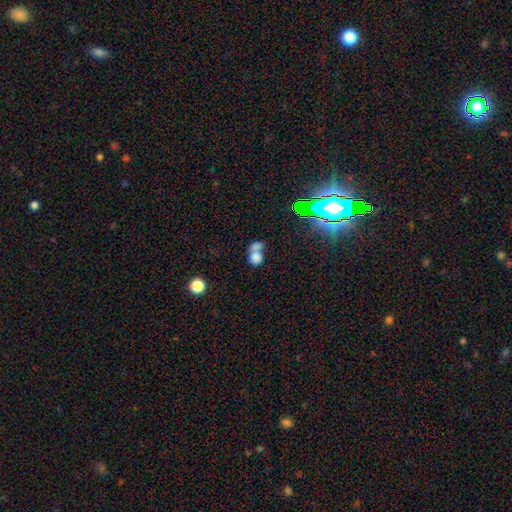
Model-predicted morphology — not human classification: smooth 72%, featured or disk 14%, star or artifact 14%. Down the decision tree: how rounded — round (57%); merging — merger (62%).